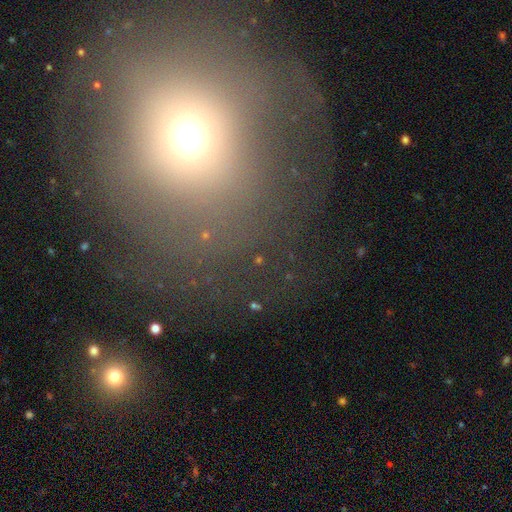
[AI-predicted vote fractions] The model was most divided on "smooth or featured": smooth: 53%, star or artifact: 27%, featured or disk: 20%. More confident: how rounded — round (85%); merging — none (62%).